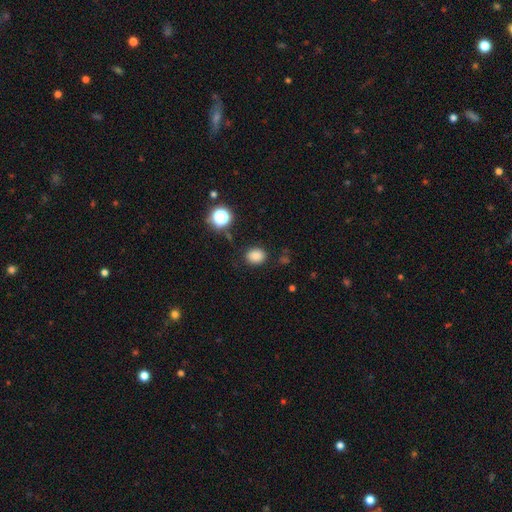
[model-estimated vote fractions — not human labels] smooth_or_featured: smooth (p=0.83) [alt: star or artifact p=0.13]
how_rounded: round (p=0.50) [alt: in between p=0.49]
merging: none (p=0.84) [alt: minor disturbance p=0.10]